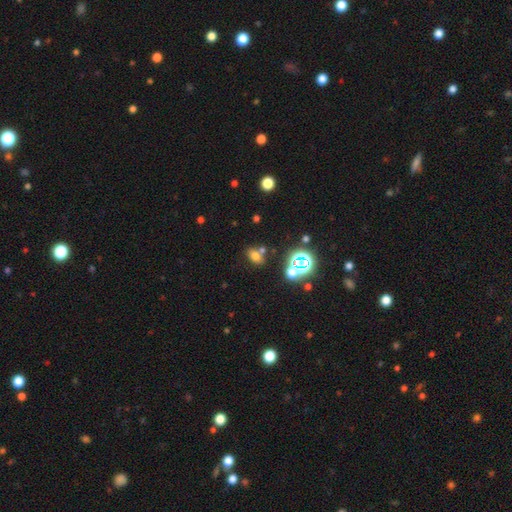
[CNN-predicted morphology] Smooth or featured: smooth — 63% (star or artifact — 26%)
How rounded: in between — 69% (round — 29%)
Merging: none — 66% (merger — 18%)